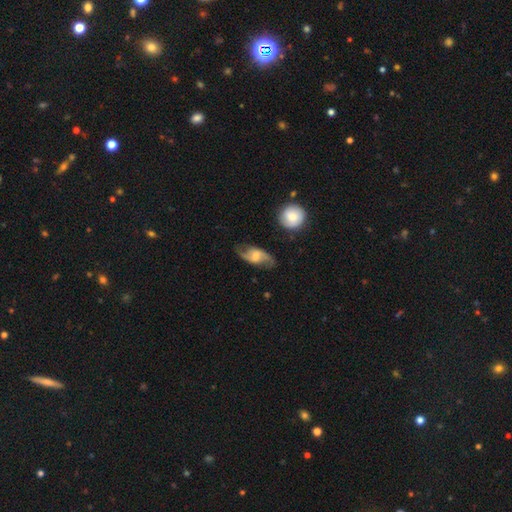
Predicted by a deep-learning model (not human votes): This is likely a featured or disk galaxy (73%). It is clearly not viewed edge-on (94%). Bar: possibly weak (51%). Spiral arm pattern: clearly yes (93%). Spiral arm count: clearly 2 (91%). Spiral winding: possibly loose (59%). Central bulge: marginally moderate (40%). Merging: likely none (72%).